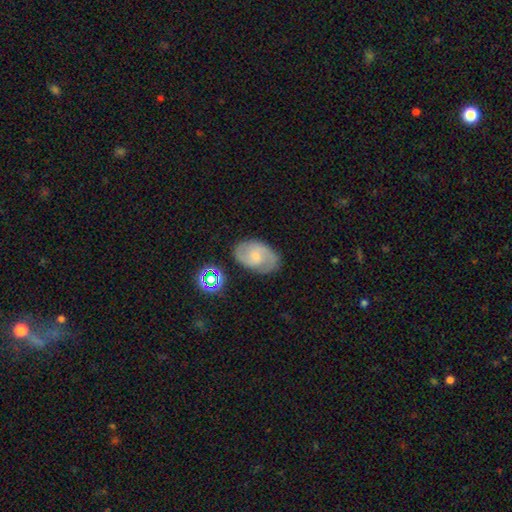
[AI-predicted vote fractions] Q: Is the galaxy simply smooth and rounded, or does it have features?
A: featured or disk — 71%.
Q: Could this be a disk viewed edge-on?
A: no — 97%.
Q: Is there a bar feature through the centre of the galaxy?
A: no — 50%.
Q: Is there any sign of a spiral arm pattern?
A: yes — 93%.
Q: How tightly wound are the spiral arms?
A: medium — 53%.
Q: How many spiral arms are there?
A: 2 — 85%.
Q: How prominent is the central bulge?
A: small — 57%.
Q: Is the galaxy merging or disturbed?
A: none — 79%.